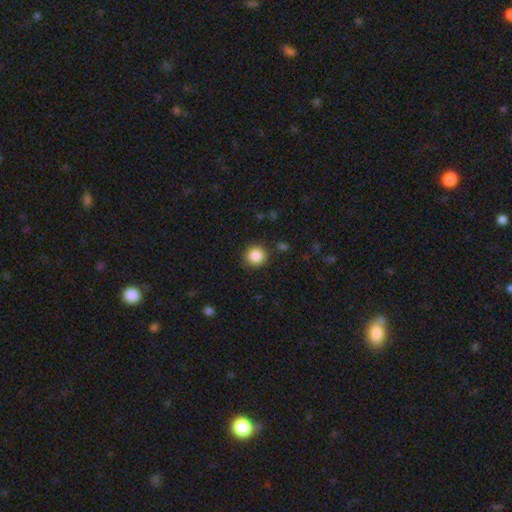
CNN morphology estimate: Smooth or featured? smooth (87%)
How rounded? round (92%)
Merging? none (87%)